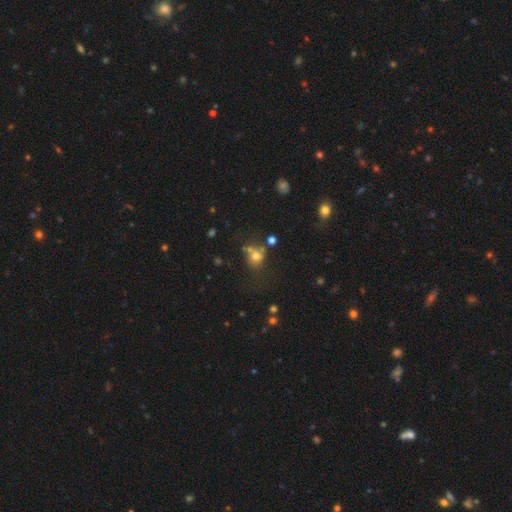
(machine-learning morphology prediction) smooth-or-featured: smooth: 67% | star or artifact: 20% | featured or disk: 13%
  how-rounded: round: 72% | in between: 27% | cigar-shaped: 1%
  merging: none: 50% | merger: 23% | minor disturbance: 17% | major disturbance: 10%